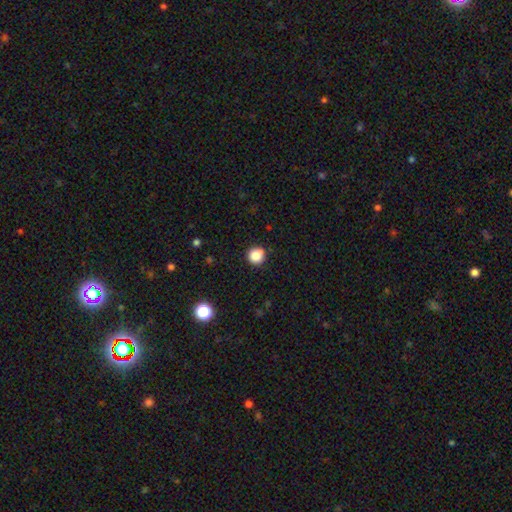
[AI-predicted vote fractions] A smooth galaxy with no disk features (84%) that is round (93%).

Vote fractions:
- Smooth or featured? smooth: 84% / star or artifact: 11% / featured or disk: 5%
- How rounded? round: 93% / in between: 6% / cigar-shaped: 1%
- Merging? none: 80% / minor disturbance: 13% / merger: 4% / major disturbance: 3%